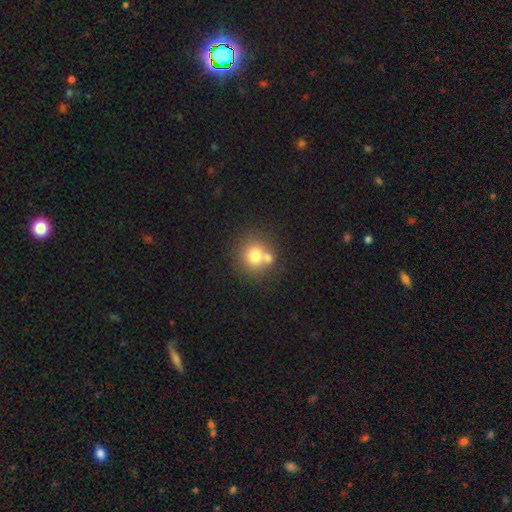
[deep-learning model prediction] smooth_or_featured: smooth (p=0.74) [alt: featured or disk p=0.15]
how_rounded: round (p=0.87) [alt: in between p=0.12]
merging: none (p=0.54) [alt: merger p=0.33]